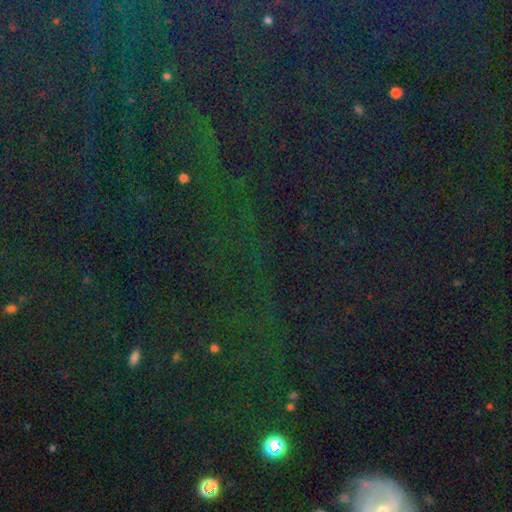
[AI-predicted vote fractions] This is clearly a star or artifact rather than a galaxy (83%).